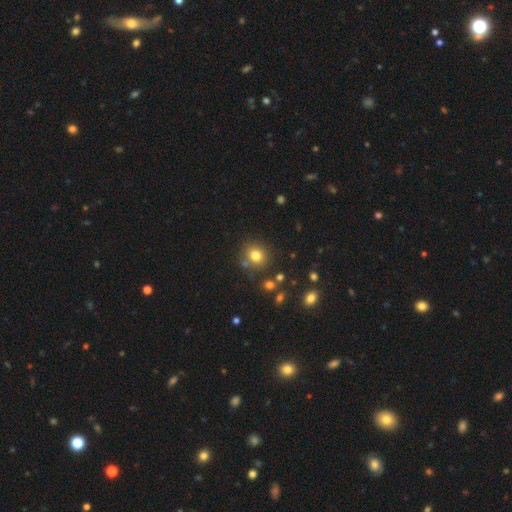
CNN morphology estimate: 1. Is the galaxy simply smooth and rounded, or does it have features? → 78% smooth, 14% star or artifact, 8% featured or disk.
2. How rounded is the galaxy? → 82% round, 17% in between, 1% cigar-shaped.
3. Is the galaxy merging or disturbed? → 78% none, 10% minor disturbance, 8% merger, 4% major disturbance.